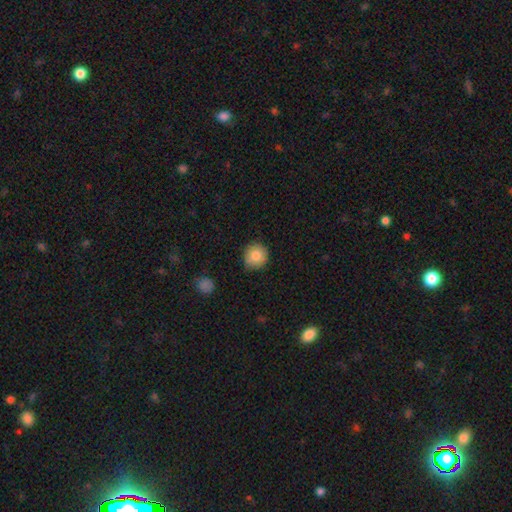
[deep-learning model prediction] smooth-or-featured: smooth: 83% | star or artifact: 9% | featured or disk: 8%
  how-rounded: round: 93% | in between: 6% | cigar-shaped: 1%
  merging: none: 84% | minor disturbance: 12% | major disturbance: 2% | merger: 1%